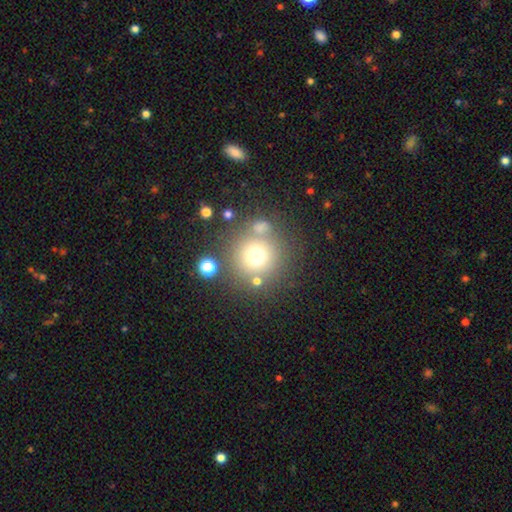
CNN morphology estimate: A smooth galaxy with no disk features (69%) that is round (94%). Merging: none (73%).